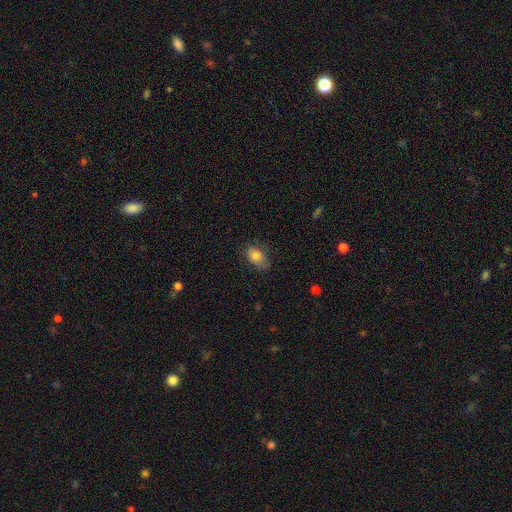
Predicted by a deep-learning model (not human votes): Overall: smooth (78%). How rounded: in between (86%). Merging: none (63%; minor disturbance 26%).